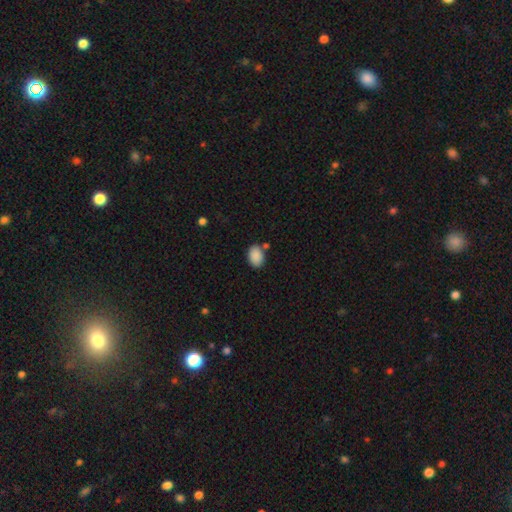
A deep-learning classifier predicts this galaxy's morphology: This appears to be a smooth galaxy with no disk features (89%) that is in between round and cigar-shaped (83%). Merging: none (74%).